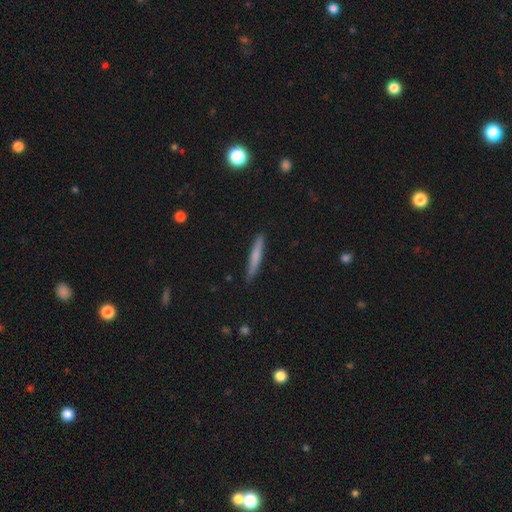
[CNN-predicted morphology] smooth 68%, featured or disk 26%, star or artifact 6%. Down the decision tree: how rounded — cigar-shaped (95%); merging — none (88%).